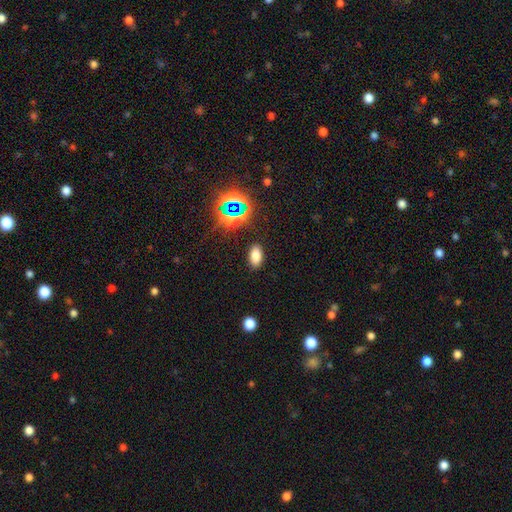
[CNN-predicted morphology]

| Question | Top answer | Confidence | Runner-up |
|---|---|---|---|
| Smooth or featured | smooth | 72% | star or artifact (21%) |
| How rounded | in between | 91% | round (5%) |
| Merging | none | 88% | minor disturbance (8%) |